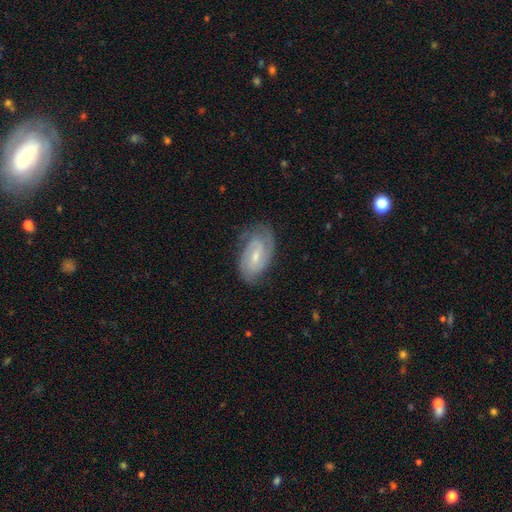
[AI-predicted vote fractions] Smooth or featured: featured or disk — 81% (smooth — 13%)
Edge-on disk: no — 96% (yes — 4%)
Bar: weak — 55% (no — 27%)
Spiral arms: yes — 95% (no — 5%)
Spiral winding: tight — 54% (medium — 37%)
Spiral arm count: 2 — 65% (can't tell — 16%)
Bulge size: small — 60% (moderate — 35%)
Merging: none — 74% (minor disturbance — 19%)